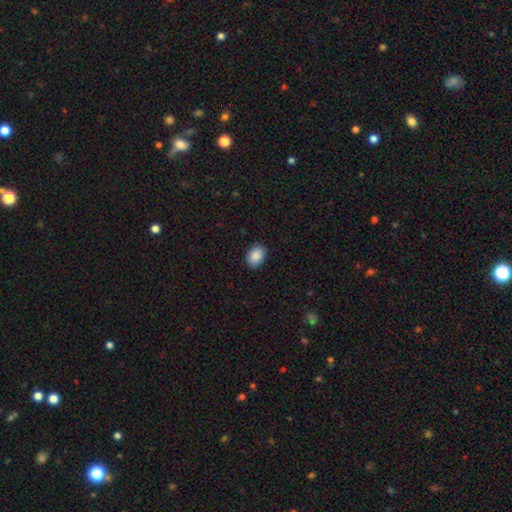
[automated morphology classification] Smooth or featured? Predicted: smooth (p=0.89). How rounded? Predicted: in between (p=0.78). Merging? Predicted: none (p=0.90).